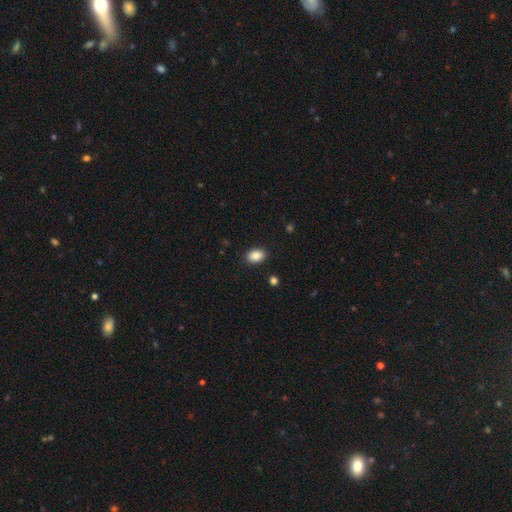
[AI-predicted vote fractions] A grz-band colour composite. It shows a smooth galaxy with no disk features (88%) that is in between round and cigar-shaped (77%). Merging: none (89%).